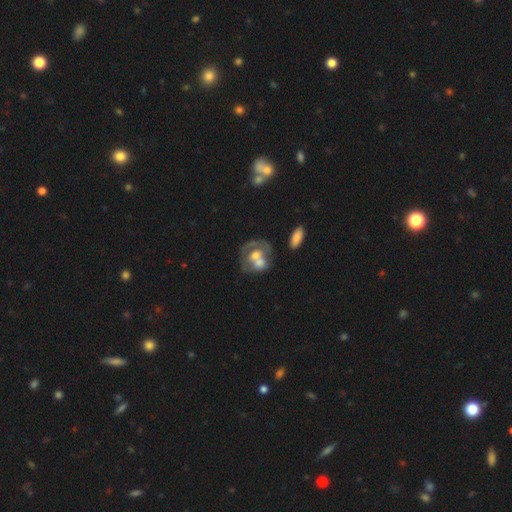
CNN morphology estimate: Smooth or featured?
  - featured or disk: 57% *
  - smooth: 35%
  - star or artifact: 8%
Edge-on disk?
  - no: 96% *
  - yes: 4%
Bar?
  - no: 81% *
  - weak: 15%
  - strong: 4%
Spiral arms?
  - no: 65% *
  - yes: 35%
Bulge size?
  - moderate: 54% *
  - small: 19%
  - large: 17%
  - none: 8%
  - dominant: 2%
Merging?
  - merger: 53% *
  - none: 24%
  - major disturbance: 12%
  - minor disturbance: 10%